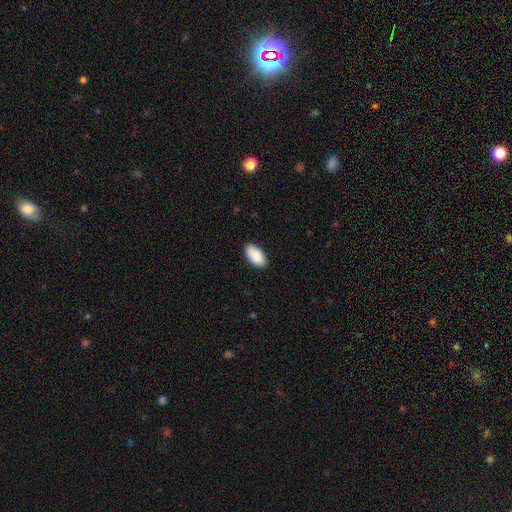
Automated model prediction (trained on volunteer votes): Q: Smooth or featured?
A: smooth (89%); runner-up: star or artifact (6%)
Q: How rounded?
A: in between (95%); runner-up: cigar-shaped (3%)
Q: Merging?
A: none (85%); runner-up: minor disturbance (12%)